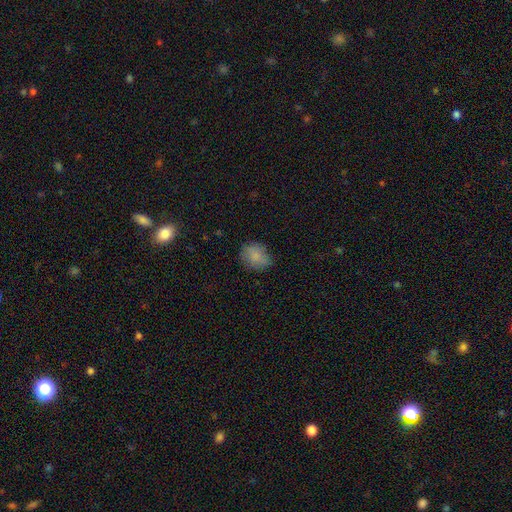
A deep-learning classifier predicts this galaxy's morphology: smooth 84%, star or artifact 9%, featured or disk 8%. Down the decision tree: how rounded — in between (50%); merging — none (74%).